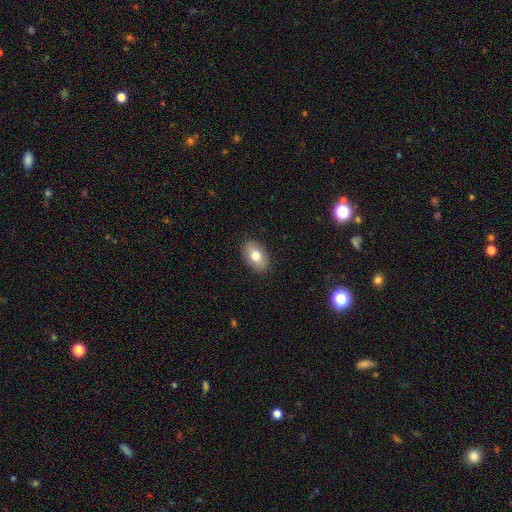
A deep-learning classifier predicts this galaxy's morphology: This is likely a smooth galaxy (76%). How rounded: clearly in between (87%). Merging: clearly none (88%).